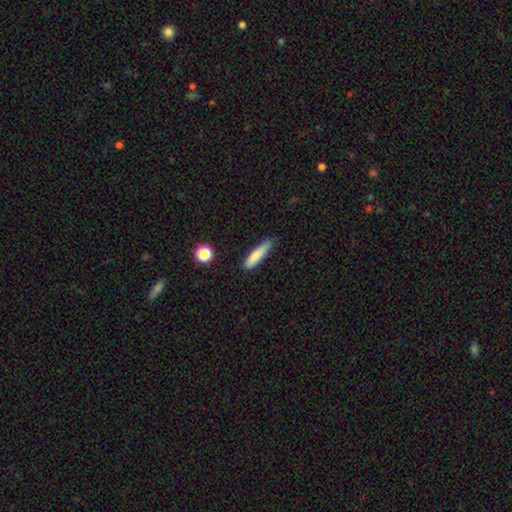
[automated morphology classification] smooth_or_featured: smooth (p=0.80) [alt: featured or disk p=0.13]
how_rounded: cigar-shaped (p=0.81) [alt: in between p=0.17]
merging: none (p=0.76) [alt: minor disturbance p=0.18]